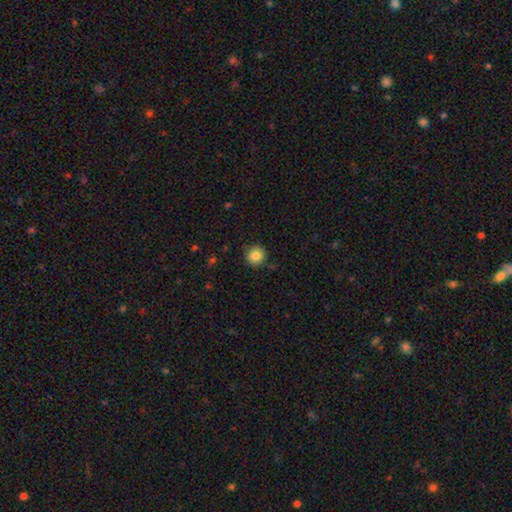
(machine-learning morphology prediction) Q: Smooth or featured?
A: smooth (84%); runner-up: star or artifact (10%)
Q: How rounded?
A: round (94%); runner-up: in between (5%)
Q: Merging?
A: none (87%); runner-up: minor disturbance (9%)